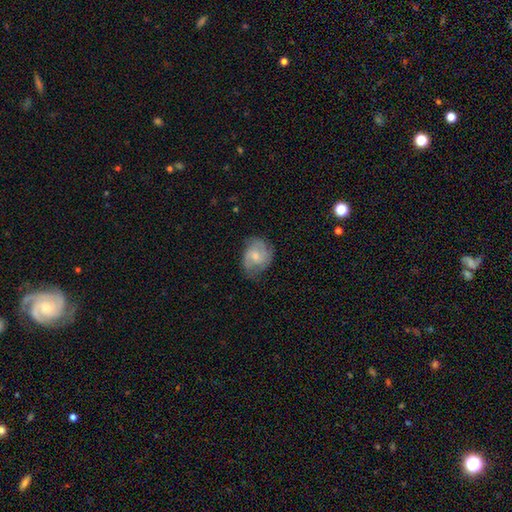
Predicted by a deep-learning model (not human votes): Smooth or featured?
  - featured or disk: 55% *
  - smooth: 38%
  - star or artifact: 7%
Edge-on disk?
  - no: 97% *
  - yes: 3%
Bar?
  - no: 57% *
  - weak: 36%
  - strong: 6%
Spiral arms?
  - yes: 85% *
  - no: 15%
Bulge size?
  - small: 47% *
  - moderate: 45%
  - none: 5%
  - large: 3%
  - dominant: 1%
Merging?
  - none: 60% *
  - minor disturbance: 28%
  - major disturbance: 11%
  - merger: 1%